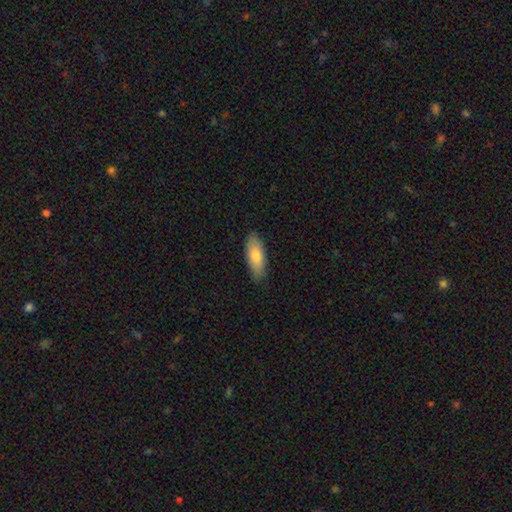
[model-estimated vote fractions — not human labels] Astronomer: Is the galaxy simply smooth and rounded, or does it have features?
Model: smooth — 80%.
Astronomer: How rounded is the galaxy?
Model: in between — 72%.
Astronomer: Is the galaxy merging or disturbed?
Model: none — 85%.